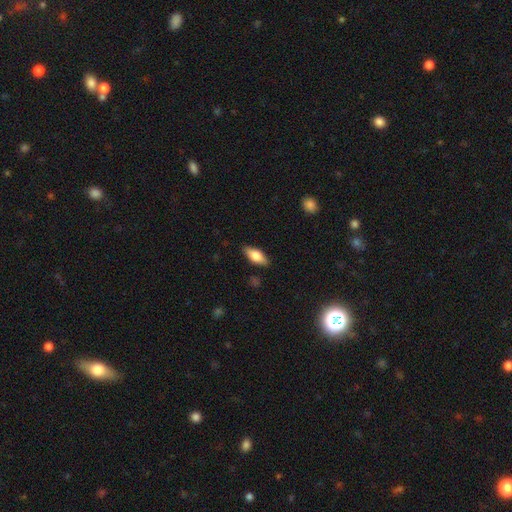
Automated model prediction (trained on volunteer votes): A smooth galaxy with no disk features (72%) that is in between round and cigar-shaped (81%).

Vote fractions:
- Smooth or featured? smooth: 72% / featured or disk: 22% / star or artifact: 7%
- How rounded? in between: 81% / cigar-shaped: 16% / round: 3%
- Merging? none: 86% / minor disturbance: 11% / major disturbance: 2% / merger: 1%